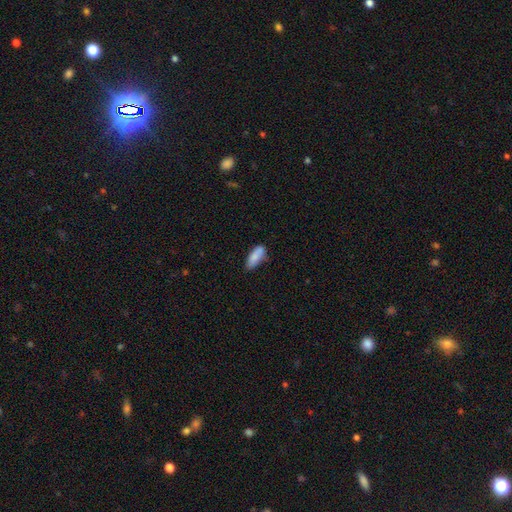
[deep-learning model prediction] Smooth or featured: smooth — 83% (featured or disk — 10%)
How rounded: in between — 70% (cigar-shaped — 28%)
Merging: none — 65% (minor disturbance — 25%)